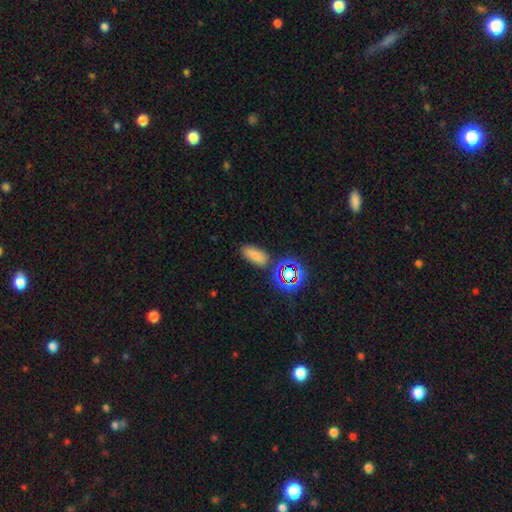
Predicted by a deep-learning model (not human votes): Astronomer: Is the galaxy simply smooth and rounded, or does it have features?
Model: smooth — 72%.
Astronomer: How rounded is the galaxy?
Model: in between — 78%.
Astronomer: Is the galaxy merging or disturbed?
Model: none — 78%.